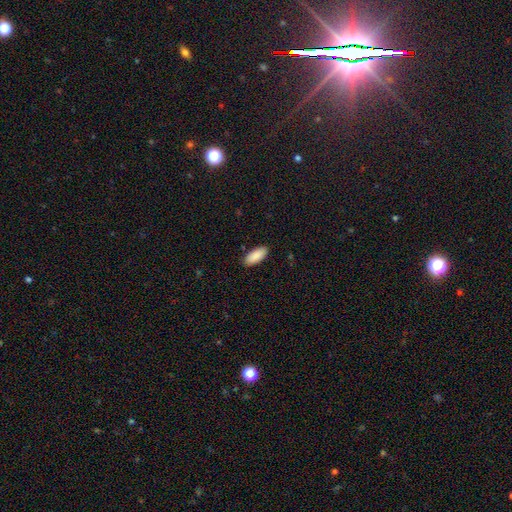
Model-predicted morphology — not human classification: This is clearly a smooth galaxy (90%). How rounded: clearly in between (85%). Merging: clearly none (89%).